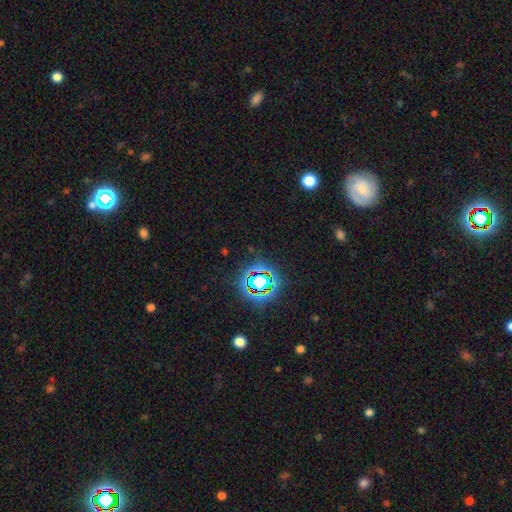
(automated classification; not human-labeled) The model was most divided on "smooth or featured": star or artifact: 78%, smooth: 13%, featured or disk: 10%.